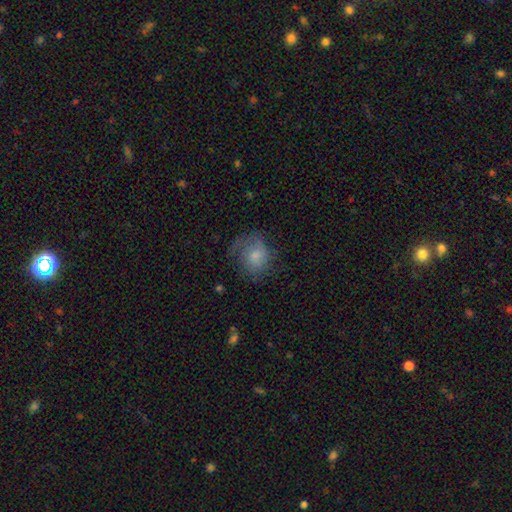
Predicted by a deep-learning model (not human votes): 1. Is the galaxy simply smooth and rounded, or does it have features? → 61% smooth, 30% featured or disk, 9% star or artifact.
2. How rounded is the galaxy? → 67% round, 32% in between, 1% cigar-shaped.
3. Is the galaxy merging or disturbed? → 50% none, 25% minor disturbance, 23% major disturbance, 2% merger.